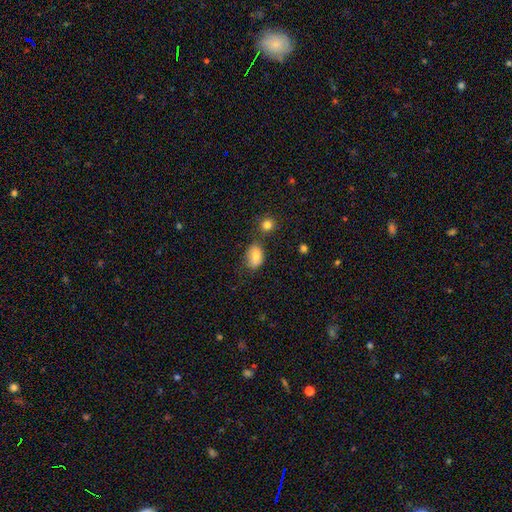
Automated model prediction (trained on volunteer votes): A smooth galaxy with no disk features (77%) that is in between round and cigar-shaped (81%).

Vote fractions:
- Smooth or featured? smooth: 77% / featured or disk: 14% / star or artifact: 9%
- How rounded? in between: 81% / round: 18% / cigar-shaped: 2%
- Merging? none: 65% / minor disturbance: 22% / merger: 8% / major disturbance: 5%